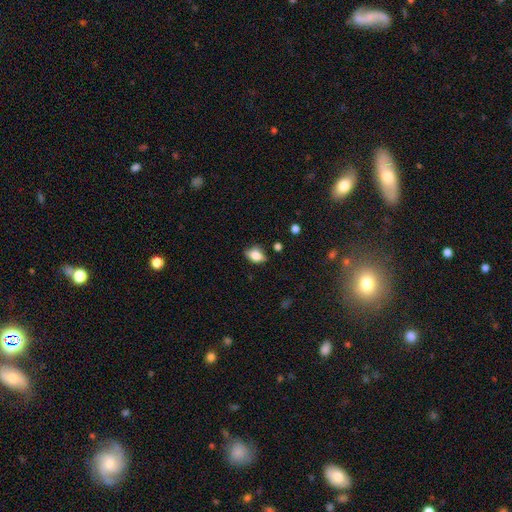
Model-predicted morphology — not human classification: A smooth galaxy with no disk features (73%) that is in between round and cigar-shaped (77%).

Vote fractions:
- Smooth or featured? smooth: 73% / featured or disk: 18% / star or artifact: 9%
- How rounded? in between: 77% / round: 19% / cigar-shaped: 4%
- Merging? none: 71% / minor disturbance: 22% / major disturbance: 5% / merger: 3%